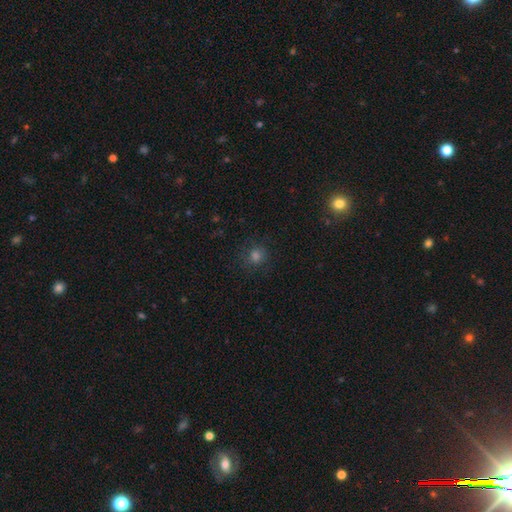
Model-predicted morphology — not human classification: This is likely a smooth galaxy (67%). How rounded: clearly round (87%). Merging: clearly none (83%).